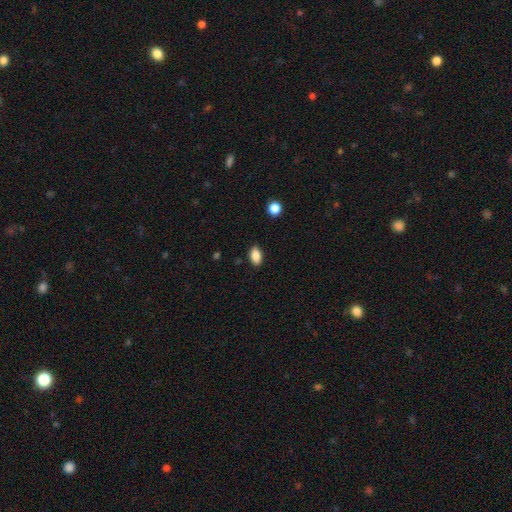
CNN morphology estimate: Smooth or featured?
  - smooth: 87% *
  - star or artifact: 8%
  - featured or disk: 5%
How rounded?
  - in between: 90% *
  - round: 8%
  - cigar-shaped: 2%
Merging?
  - none: 88% *
  - minor disturbance: 9%
  - major disturbance: 2%
  - merger: 1%